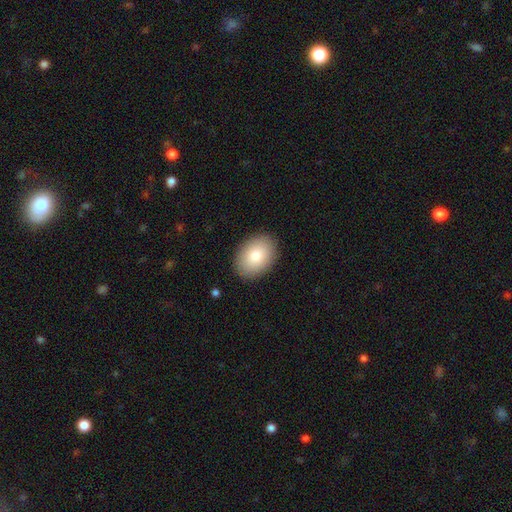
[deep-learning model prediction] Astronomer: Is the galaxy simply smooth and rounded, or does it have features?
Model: smooth — 81%.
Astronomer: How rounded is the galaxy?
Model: in between — 80%.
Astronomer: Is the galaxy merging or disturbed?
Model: none — 89%.